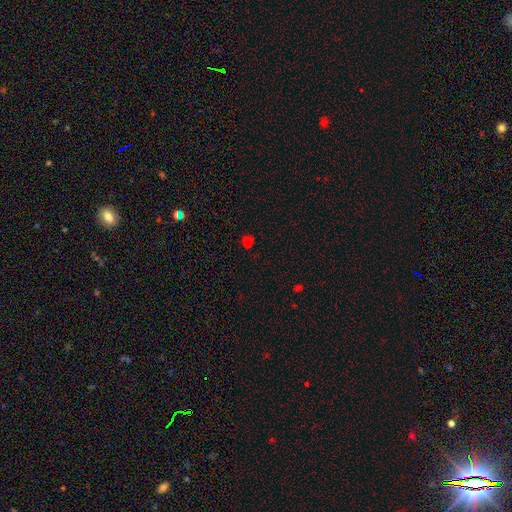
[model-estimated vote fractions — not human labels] This appears to be a smooth galaxy with no disk features (61%) that is round (80%). Merging: none (77%).